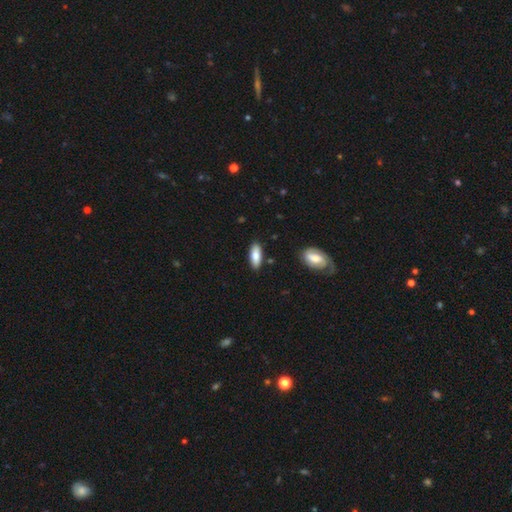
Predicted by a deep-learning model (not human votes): Smooth or featured? smooth (80%)
How rounded? in between (73%)
Merging? none (86%)